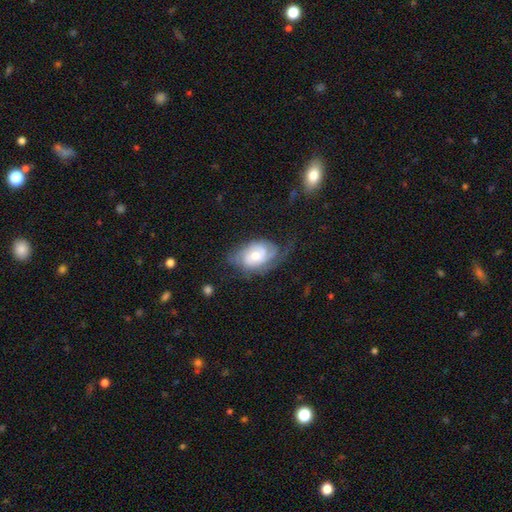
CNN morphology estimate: Q: Smooth or featured?
A: featured or disk (72%); runner-up: smooth (22%)
Q: Edge-on disk?
A: no (96%); runner-up: yes (4%)
Q: Bar?
A: no (70%); runner-up: weak (26%)
Q: Spiral arms?
A: yes (91%); runner-up: no (9%)
Q: Spiral winding?
A: tight (50%); runner-up: medium (35%)
Q: Spiral arm count?
A: 2 (38%); runner-up: can't tell (31%)
Q: Bulge size?
A: moderate (58%); runner-up: small (32%)
Q: Merging?
A: none (54%); runner-up: minor disturbance (25%)